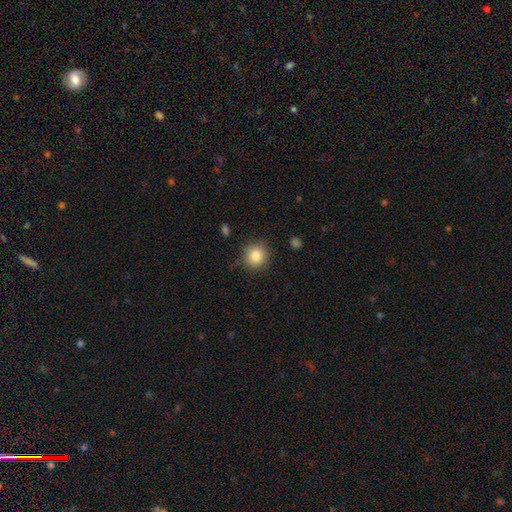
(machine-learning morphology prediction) Smooth or featured? smooth (83%)
How rounded? round (89%)
Merging? none (84%)